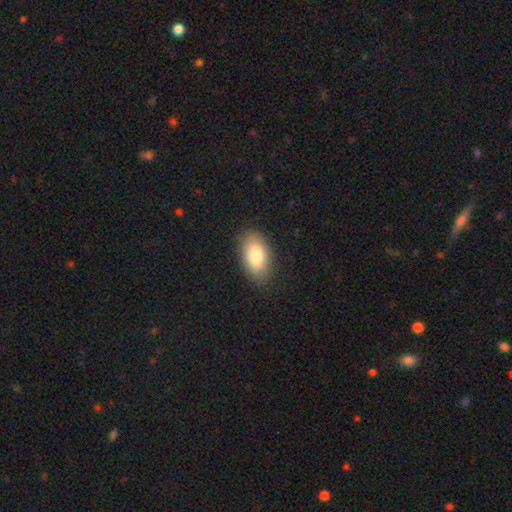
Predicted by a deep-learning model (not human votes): smooth_or_featured: smooth (p=0.83) [alt: featured or disk p=0.10]
how_rounded: in between (p=0.93) [alt: round p=0.04]
merging: none (p=0.86) [alt: minor disturbance p=0.10]